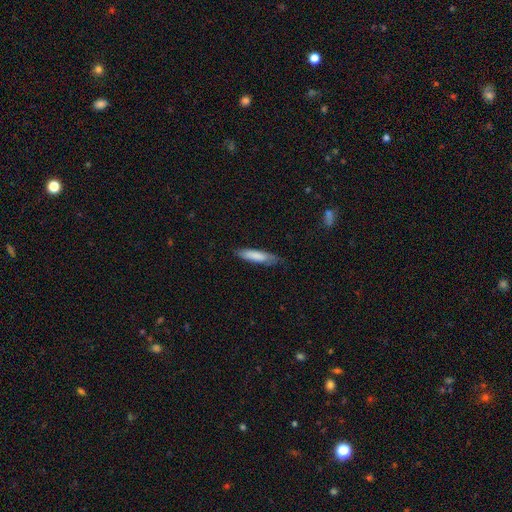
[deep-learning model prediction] This appears to be a smooth galaxy with no disk features (82%) that is cigar-shaped (72%). Merging: none (72%).